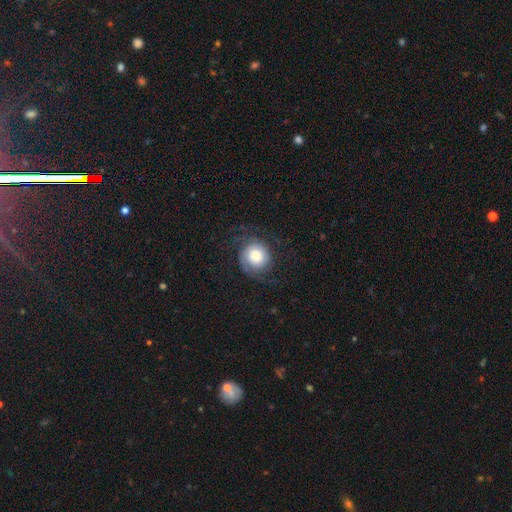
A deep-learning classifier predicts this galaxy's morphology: Smooth or featured? Predicted: featured or disk (p=0.59). Edge-on disk? Predicted: no (p=0.98). Bar? Predicted: no (p=0.80). Spiral arms? Predicted: yes (p=0.93). Spiral winding? Predicted: tight (p=0.40). Spiral arm count? Predicted: 2 (p=0.69). Bulge size? Predicted: large (p=0.49). Merging? Predicted: none (p=0.73).